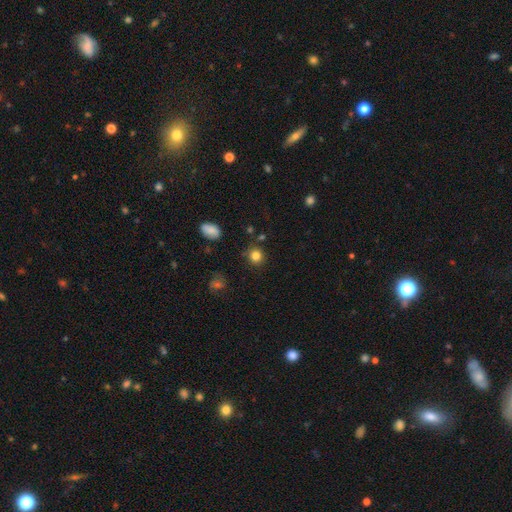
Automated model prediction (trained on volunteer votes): This appears to be a smooth galaxy with no disk features (83%) that is round (86%). Merging: none (86%).